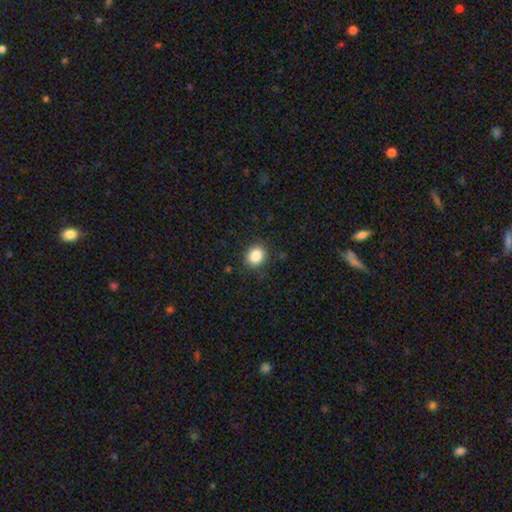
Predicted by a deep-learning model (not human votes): Q: Smooth or featured?
A: smooth (86%); runner-up: star or artifact (10%)
Q: How rounded?
A: round (68%); runner-up: in between (31%)
Q: Merging?
A: none (87%); runner-up: minor disturbance (9%)